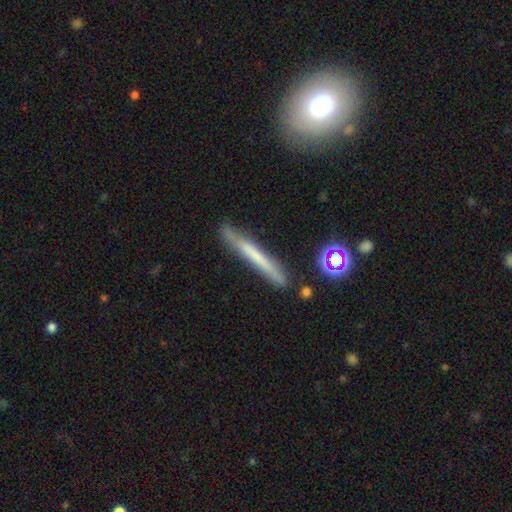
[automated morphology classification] A smooth galaxy with no disk features (53%) that is cigar-shaped (96%).

Vote fractions:
- Smooth or featured? smooth: 53% / featured or disk: 38% / star or artifact: 9%
- How rounded? cigar-shaped: 96% / in between: 3% / round: 2%
- Merging? none: 78% / minor disturbance: 16% / major disturbance: 4% / merger: 3%